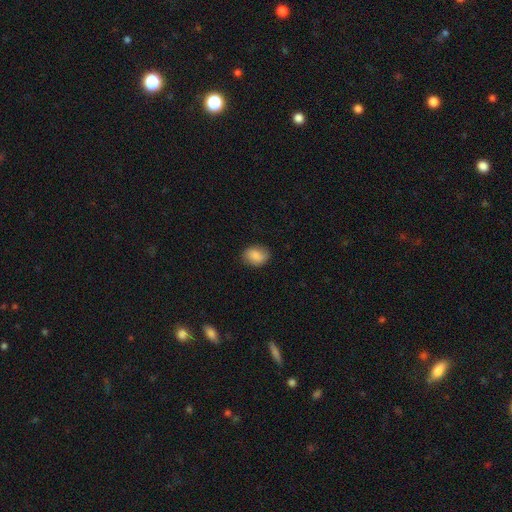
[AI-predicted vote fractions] smooth 85%, featured or disk 8%, star or artifact 8%. Down the decision tree: how rounded — in between (64%); merging — none (83%).